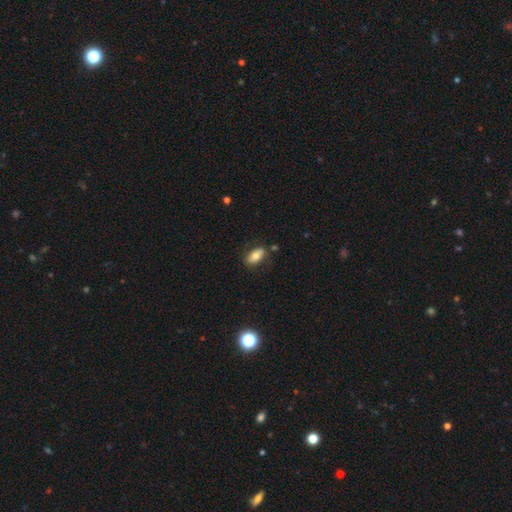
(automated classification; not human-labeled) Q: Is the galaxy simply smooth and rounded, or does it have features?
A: smooth — 70%.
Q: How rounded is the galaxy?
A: in between — 89%.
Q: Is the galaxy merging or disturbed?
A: none — 73%.